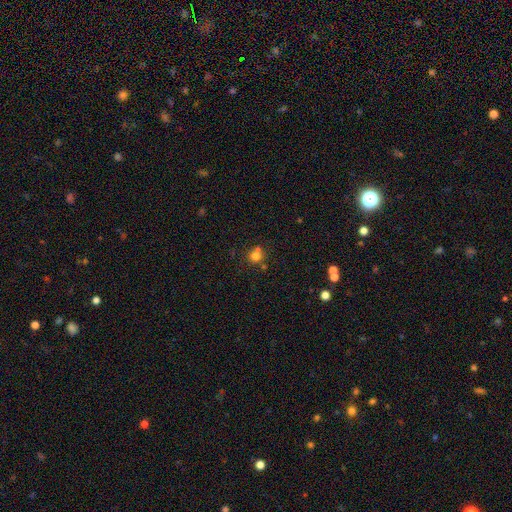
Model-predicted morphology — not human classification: Overall: smooth (75%). How rounded: round (86%). Merging: none (56%; merger 30%).